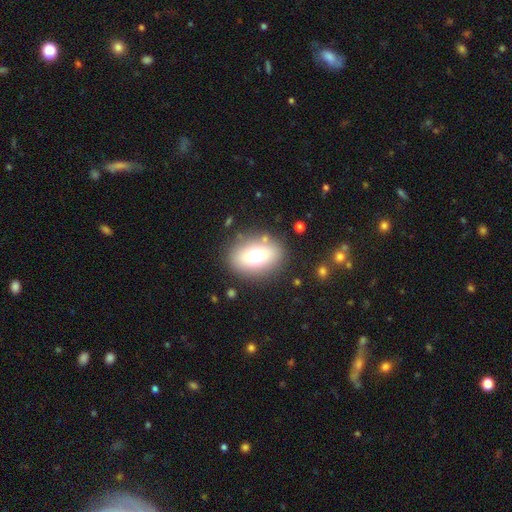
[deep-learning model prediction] A smooth galaxy with no disk features (67%) that is in between round and cigar-shaped (65%).

Vote fractions:
- Smooth or featured? smooth: 67% / featured or disk: 20% / star or artifact: 13%
- How rounded? in between: 65% / round: 33% / cigar-shaped: 2%
- Merging? none: 82% / minor disturbance: 10% / major disturbance: 5% / merger: 3%